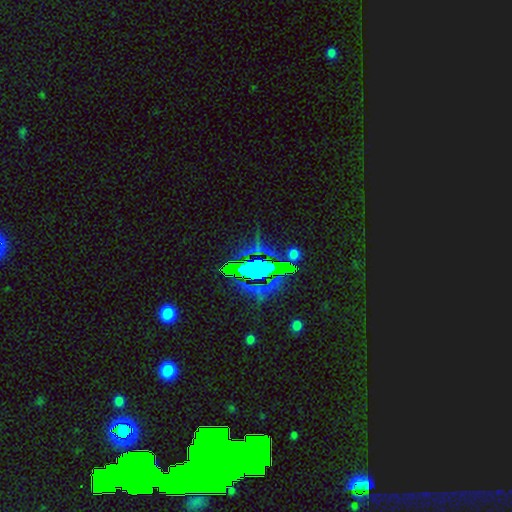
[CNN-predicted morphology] Smooth or featured: star or artifact — 79% (smooth — 11%)